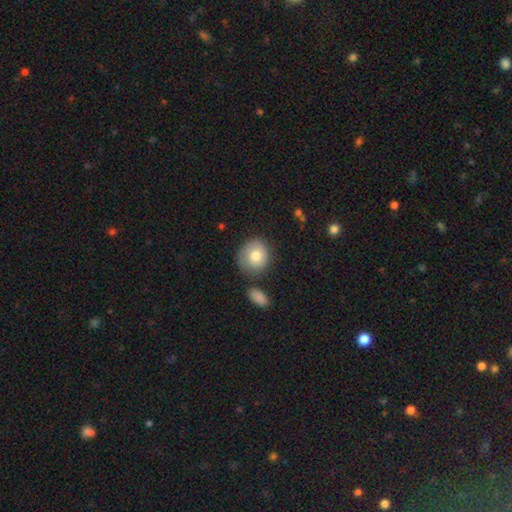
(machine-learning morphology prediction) Smooth or featured? smooth (79%)
How rounded? round (85%)
Merging? none (70%)